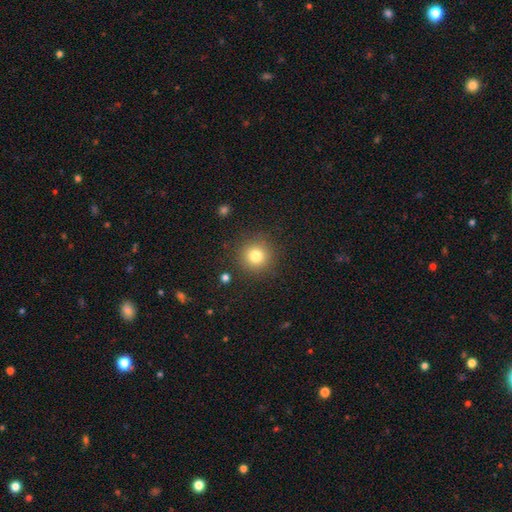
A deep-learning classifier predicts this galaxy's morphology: Smooth or featured: smooth — 79% (star or artifact — 13%)
How rounded: round — 94% (in between — 5%)
Merging: none — 88% (minor disturbance — 7%)